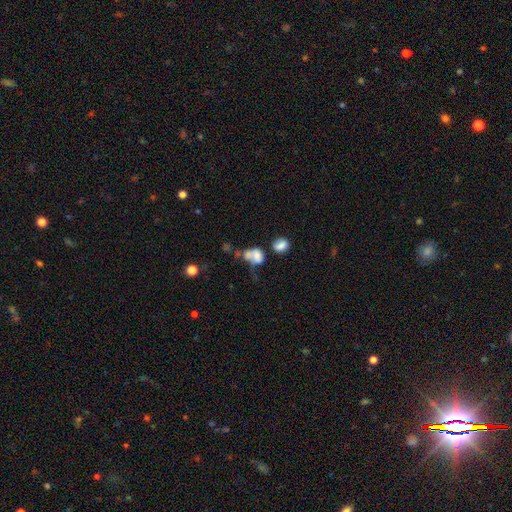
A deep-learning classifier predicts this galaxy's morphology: A smooth galaxy with no disk features (67%) that is in between round and cigar-shaped (61%).

Vote fractions:
- Smooth or featured? smooth: 67% / featured or disk: 22% / star or artifact: 11%
- How rounded? in between: 61% / round: 37% / cigar-shaped: 2%
- Merging? merger: 47% / none: 20% / major disturbance: 18% / minor disturbance: 15%